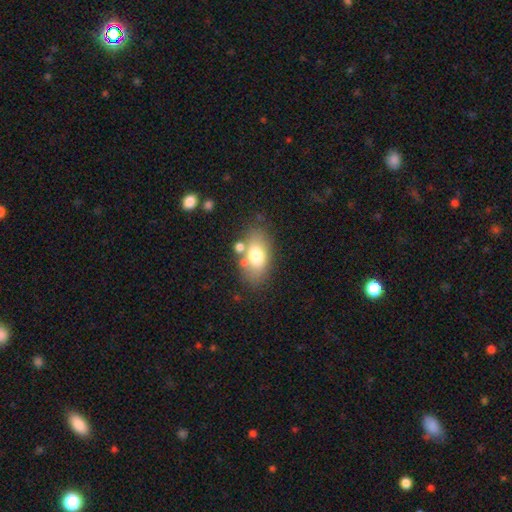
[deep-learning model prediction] Q: Smooth or featured?
A: smooth (72%); runner-up: featured or disk (19%)
Q: How rounded?
A: in between (88%); runner-up: round (9%)
Q: Merging?
A: none (68%); runner-up: minor disturbance (15%)